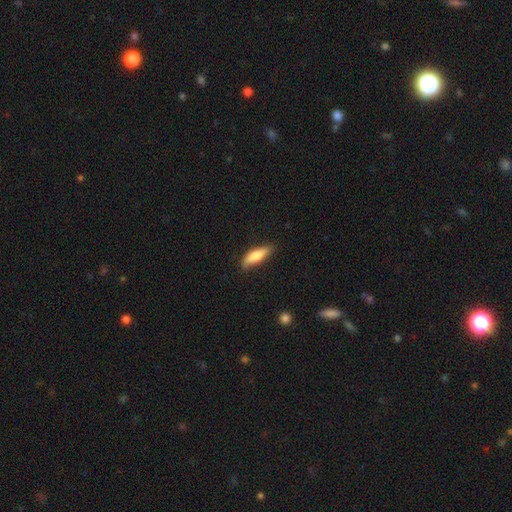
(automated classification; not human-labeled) Smooth or featured? Predicted: smooth (p=0.78). How rounded? Predicted: cigar-shaped (p=0.53). Merging? Predicted: none (p=0.75).